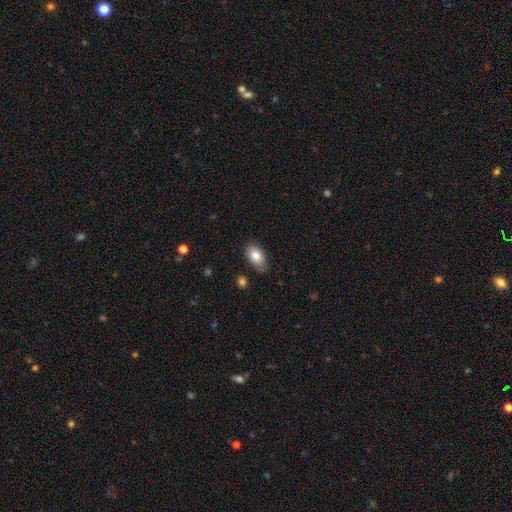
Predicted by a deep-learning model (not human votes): smooth_or_featured: smooth (p=0.82) [alt: featured or disk p=0.11]
how_rounded: in between (p=0.91) [alt: round p=0.07]
merging: none (p=0.75) [alt: minor disturbance p=0.20]